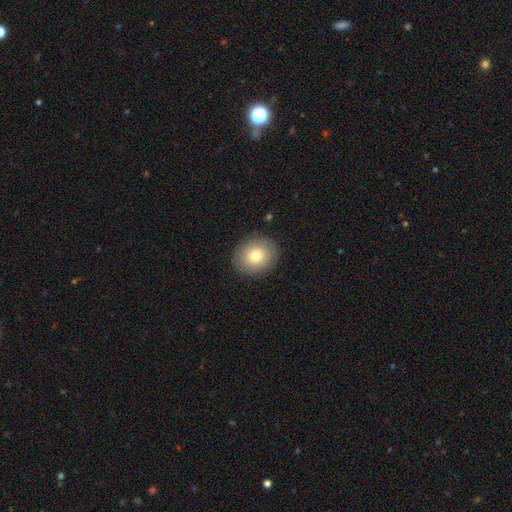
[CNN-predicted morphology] Smooth or featured? smooth (77%)
How rounded? round (67%)
Merging? none (88%)